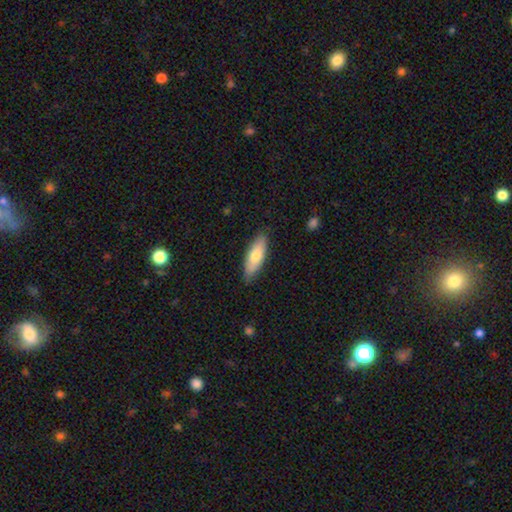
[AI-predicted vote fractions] smooth-or-featured: smooth: 71% | featured or disk: 23% | star or artifact: 6%
  how-rounded: in between: 61% | cigar-shaped: 37% | round: 2%
  merging: none: 84% | minor disturbance: 13% | major disturbance: 2% | merger: 1%